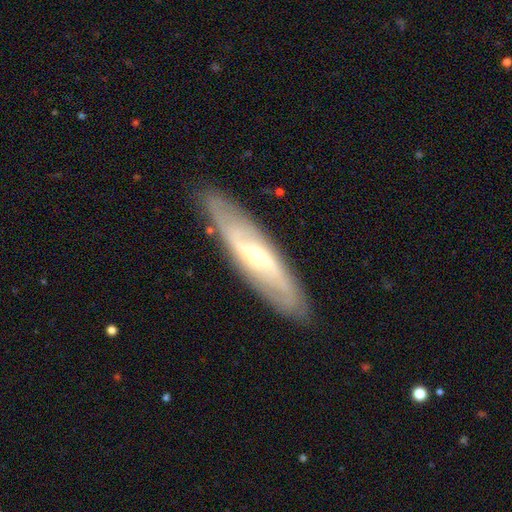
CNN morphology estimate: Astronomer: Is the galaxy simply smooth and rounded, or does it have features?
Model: featured or disk — 73%.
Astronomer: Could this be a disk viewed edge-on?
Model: no — 69%.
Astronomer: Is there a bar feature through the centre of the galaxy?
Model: weak — 46% (runner-up: no, 31%).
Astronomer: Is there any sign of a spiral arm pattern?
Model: yes — 84%.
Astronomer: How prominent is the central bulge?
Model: small — 56% (runner-up: moderate, 38%).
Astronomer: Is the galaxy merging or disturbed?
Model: none — 86%.